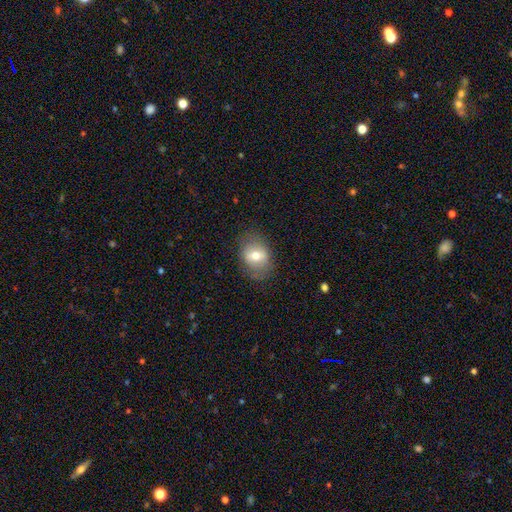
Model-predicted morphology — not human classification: A smooth galaxy with no disk features (61%) that is in between round and cigar-shaped (64%). Merging: none (78%).